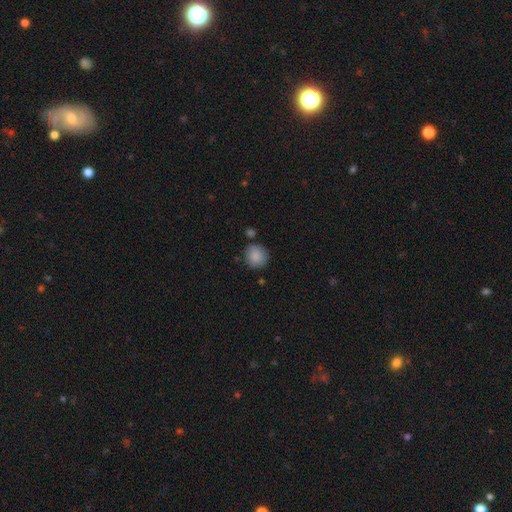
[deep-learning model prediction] smooth 88%, star or artifact 7%, featured or disk 5%. Down the decision tree: how rounded — round (90%); merging — none (80%).